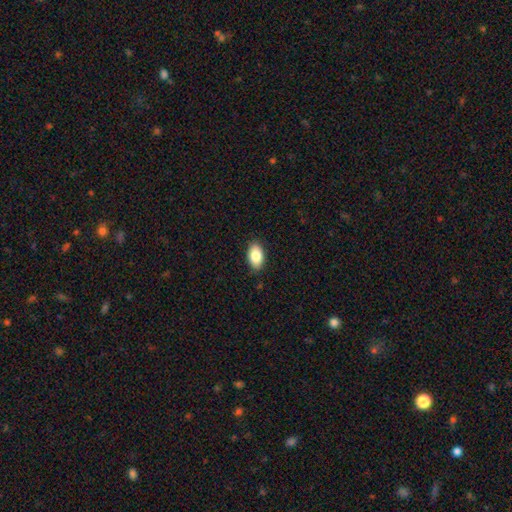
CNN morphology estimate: type=smooth (85%); roundness=in between (92%); merging=none (87%).